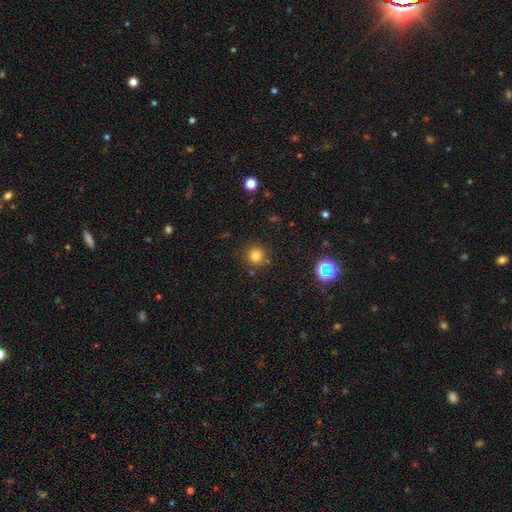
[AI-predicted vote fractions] Smooth or featured: smooth — 78% (star or artifact — 15%)
How rounded: round — 94% (in between — 5%)
Merging: none — 86% (minor disturbance — 8%)